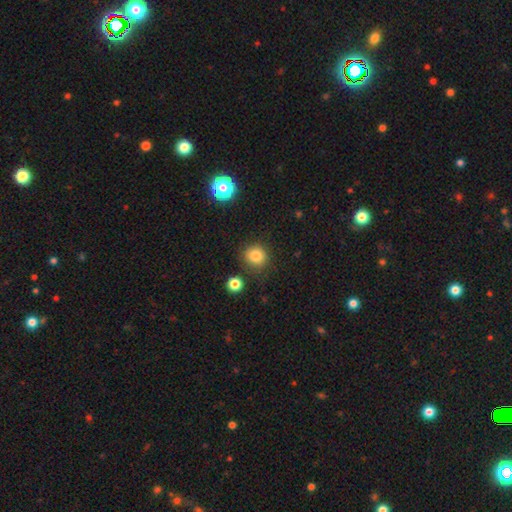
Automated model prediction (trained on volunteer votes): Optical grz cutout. It shows a smooth galaxy with no disk features (82%) that is round (88%). Merging: none (85%).